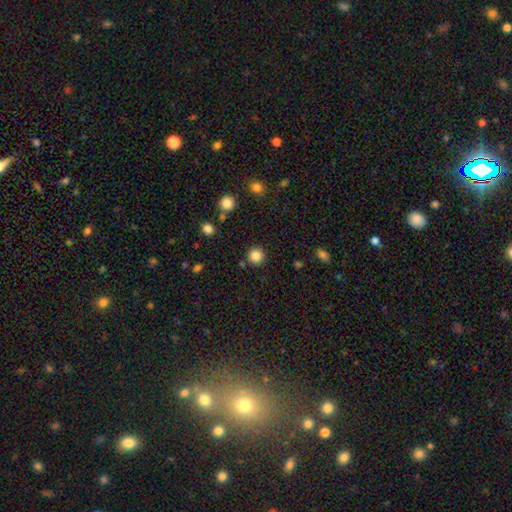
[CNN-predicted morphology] The model was most divided on "smooth or featured": smooth: 84%, star or artifact: 11%, featured or disk: 4%. More confident: how rounded — round (94%); merging — none (89%).